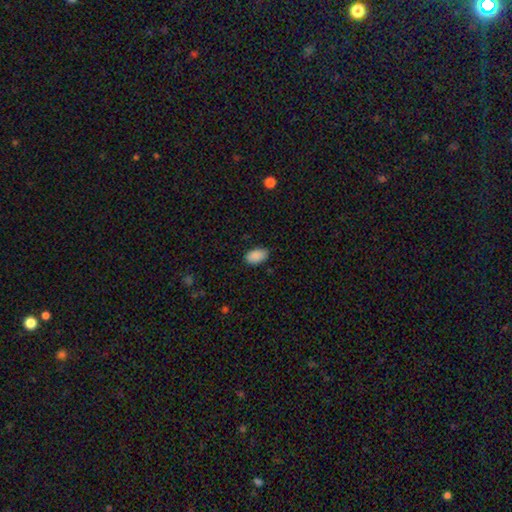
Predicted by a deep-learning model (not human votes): smooth-or-featured: smooth: 89% | star or artifact: 7% | featured or disk: 3%
  how-rounded: in between: 93% | round: 6% | cigar-shaped: 1%
  merging: none: 83% | minor disturbance: 13% | major disturbance: 2% | merger: 1%